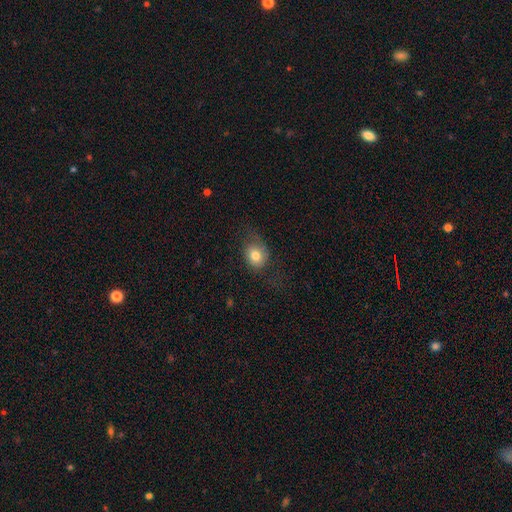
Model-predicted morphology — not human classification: The model was most divided on "how rounded": round: 56%, in between: 43%, cigar-shaped: 1%. More confident: smooth or featured — smooth (76%); merging — none (54%).